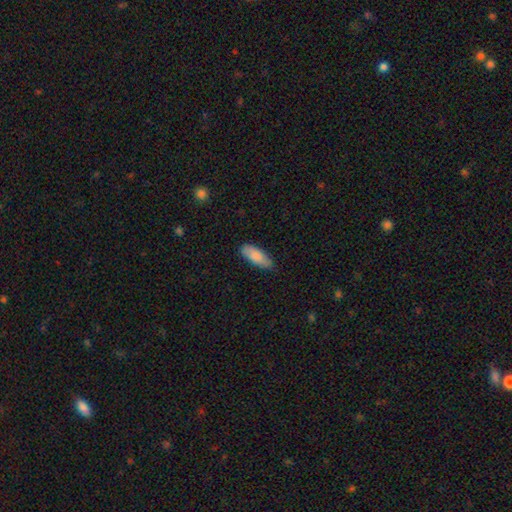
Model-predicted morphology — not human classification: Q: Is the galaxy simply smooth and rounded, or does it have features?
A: smooth — 84%.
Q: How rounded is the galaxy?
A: in between — 77%.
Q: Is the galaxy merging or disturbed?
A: none — 81%.